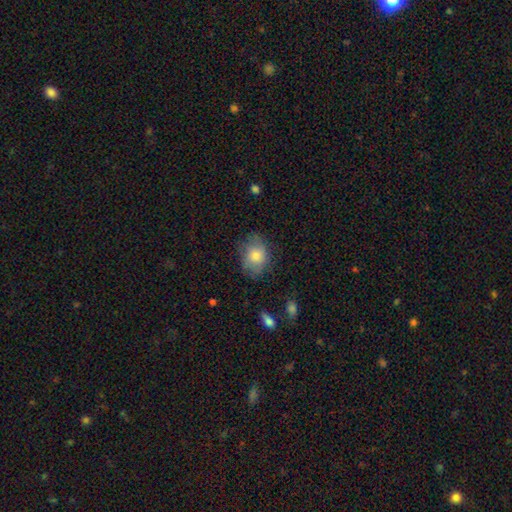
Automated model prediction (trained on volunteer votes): This is likely a smooth galaxy (74%). How rounded: possibly in between (55%). Merging: likely none (70%).